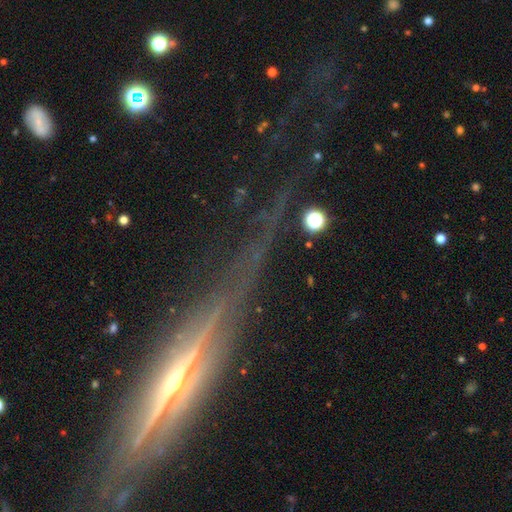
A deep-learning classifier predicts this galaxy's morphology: Smooth or featured: featured or disk — 77% (star or artifact — 13%)
Edge-on disk: yes — 91% (no — 9%)
Edge-on bulge: rounded — 81% (none — 12%)
Merging: none — 64% (minor disturbance — 17%)